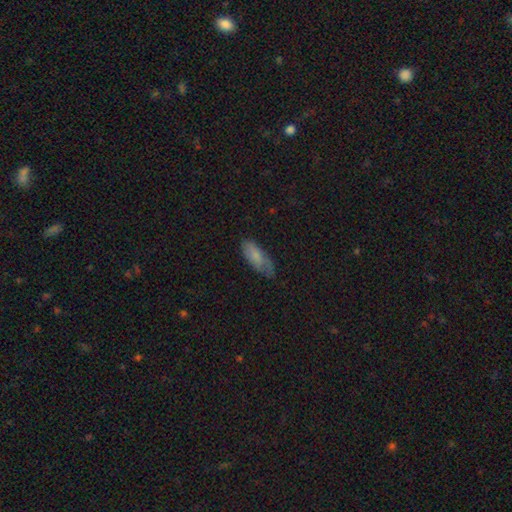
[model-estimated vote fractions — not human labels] Smooth or featured? Predicted: smooth (p=0.76). How rounded? Predicted: in between (p=0.75). Merging? Predicted: none (p=0.62).